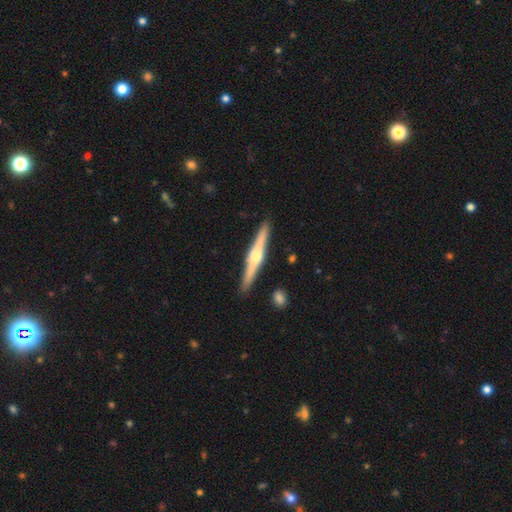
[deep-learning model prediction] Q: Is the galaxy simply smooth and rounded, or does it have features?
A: featured or disk — 74%.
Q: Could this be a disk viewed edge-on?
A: yes — 98%.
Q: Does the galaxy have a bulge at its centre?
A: rounded — 92%.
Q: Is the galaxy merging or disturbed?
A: none — 91%.